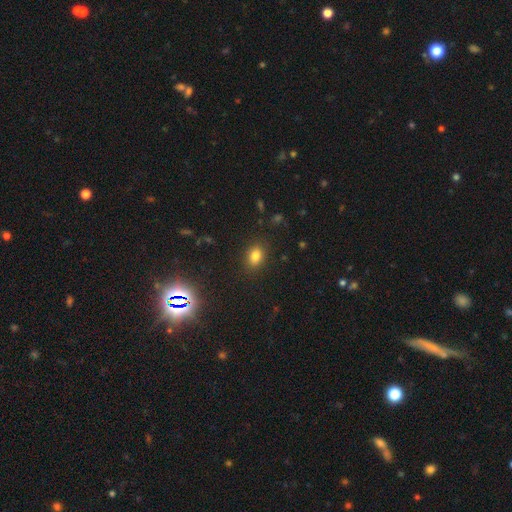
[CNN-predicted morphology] This is likely a smooth galaxy (80%). How rounded: likely in between (73%). Merging: clearly none (86%).